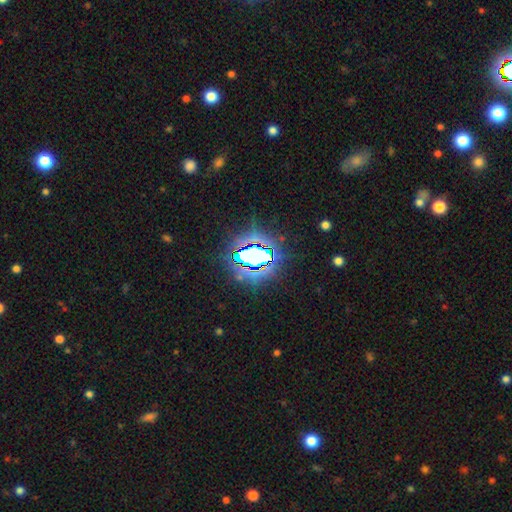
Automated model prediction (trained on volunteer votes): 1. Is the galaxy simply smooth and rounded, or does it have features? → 68% star or artifact, 19% smooth, 13% featured or disk.